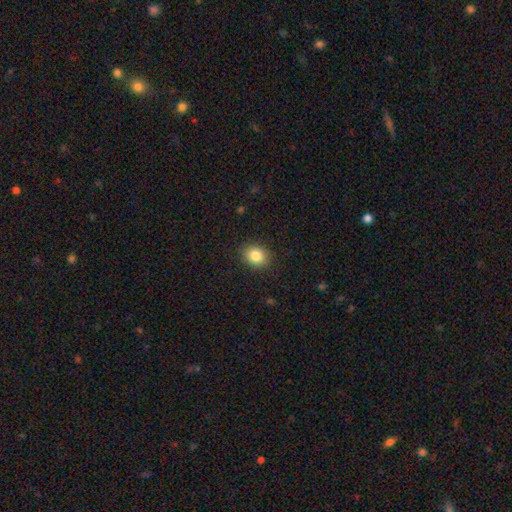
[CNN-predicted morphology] type=smooth (85%); roundness=round (55%); merging=none (89%).